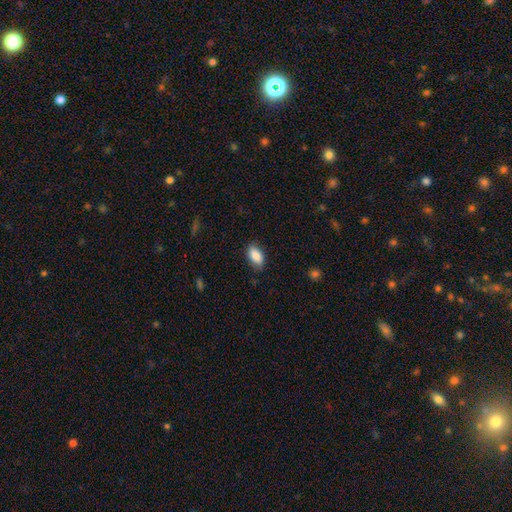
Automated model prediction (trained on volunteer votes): A smooth galaxy with no disk features (86%) that is in between round and cigar-shaped (92%). Merging: none (83%).